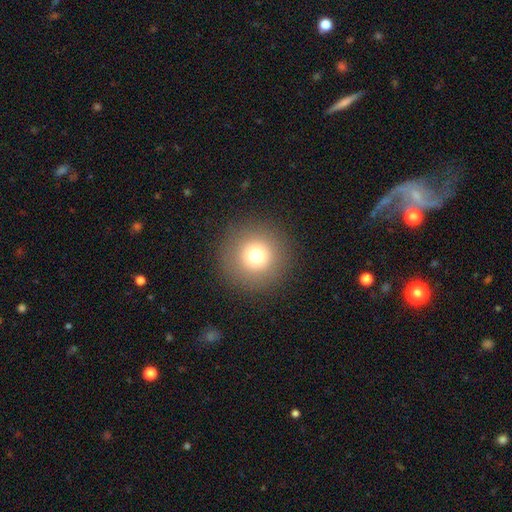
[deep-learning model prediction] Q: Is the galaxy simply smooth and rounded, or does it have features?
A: smooth — 73%.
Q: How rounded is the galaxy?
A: round — 96%.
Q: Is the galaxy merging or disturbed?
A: none — 91%.